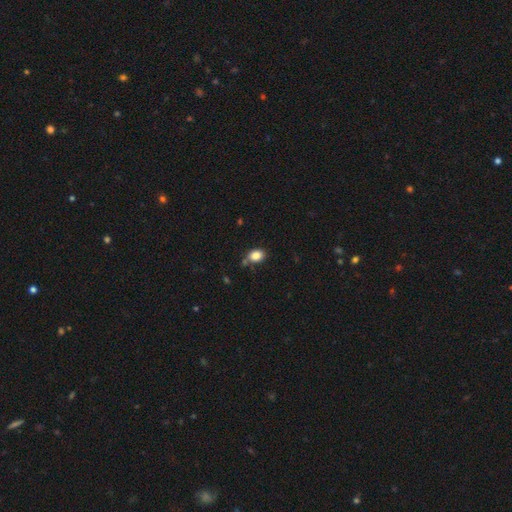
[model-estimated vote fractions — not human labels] Smooth or featured? smooth (85%)
How rounded? in between (71%)
Merging? none (67%)